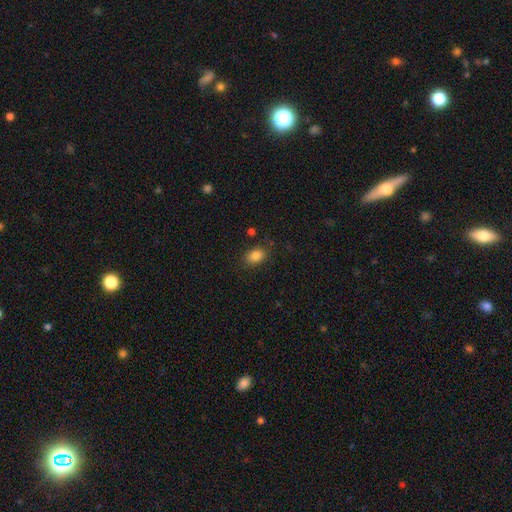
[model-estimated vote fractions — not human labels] smooth 85%, star or artifact 10%, featured or disk 5%. Down the decision tree: how rounded — in between (78%); merging — none (82%).